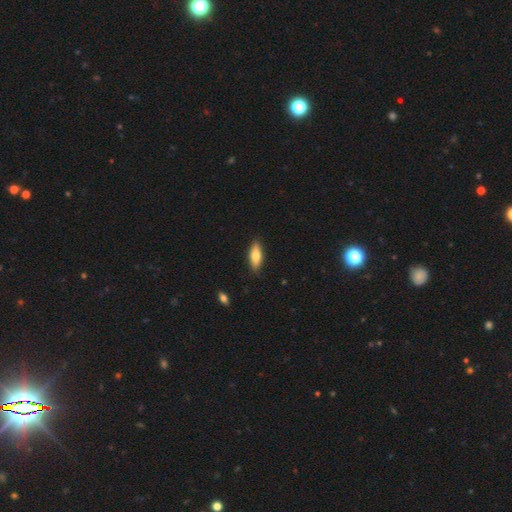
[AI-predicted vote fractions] This is likely a smooth galaxy (74%). How rounded: likely in between (66%). Merging: clearly none (88%).